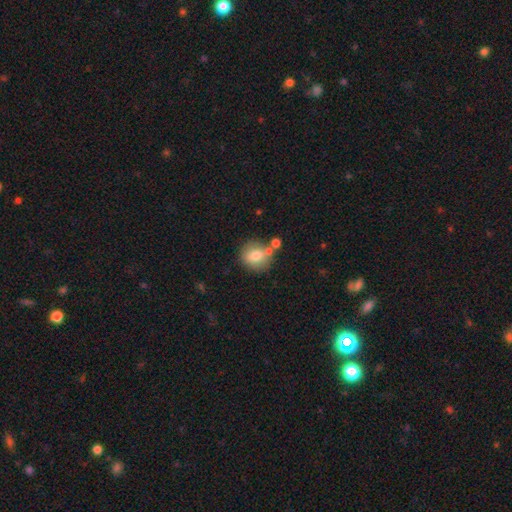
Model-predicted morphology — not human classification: smooth-or-featured: smooth: 75% | featured or disk: 15% | star or artifact: 9%
  how-rounded: round: 83% | in between: 16% | cigar-shaped: 1%
  merging: none: 69% | merger: 14% | minor disturbance: 13% | major disturbance: 4%